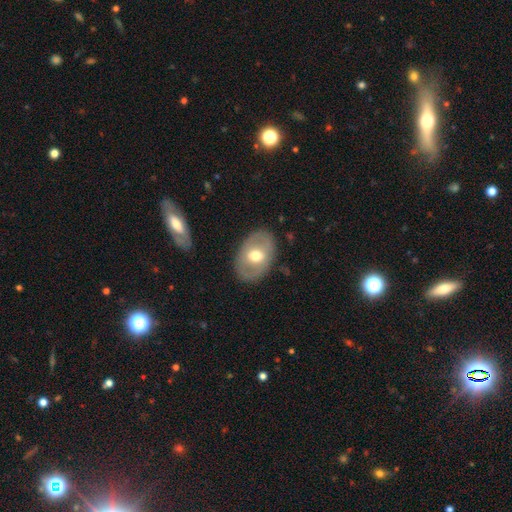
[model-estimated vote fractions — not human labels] This appears to be a smooth galaxy with no disk features (49%). Merging: none (84%).